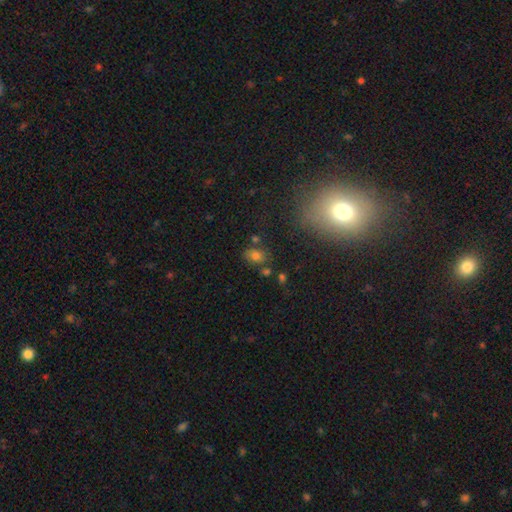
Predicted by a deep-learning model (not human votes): A smooth galaxy with no disk features (73%) that is in between round and cigar-shaped (68%).

Vote fractions:
- Smooth or featured? smooth: 73% / star or artifact: 16% / featured or disk: 10%
- How rounded? in between: 68% / round: 31% / cigar-shaped: 2%
- Merging? none: 70% / minor disturbance: 15% / merger: 10% / major disturbance: 5%